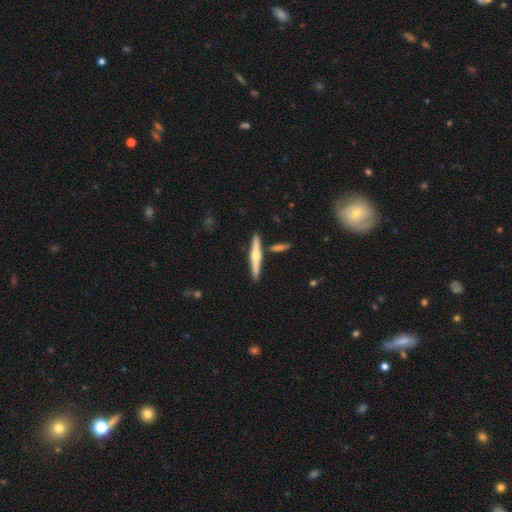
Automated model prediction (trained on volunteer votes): Smooth or featured?
  - featured or disk: 64% *
  - smooth: 30%
  - star or artifact: 6%
Edge-on disk?
  - yes: 97% *
  - no: 3%
Edge-on bulge?
  - rounded: 90% *
  - none: 5%
  - boxy: 5%
Merging?
  - none: 84% *
  - minor disturbance: 7%
  - merger: 7%
  - major disturbance: 2%